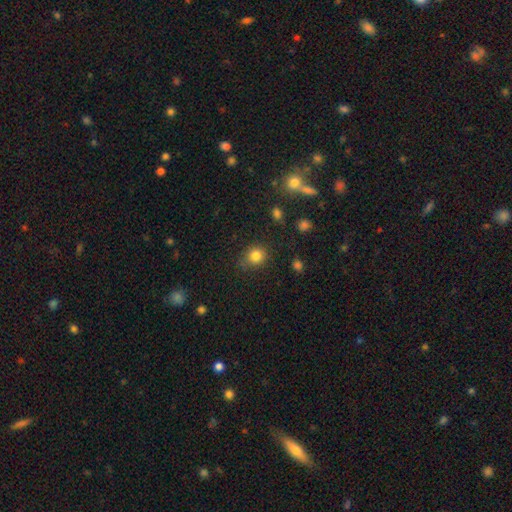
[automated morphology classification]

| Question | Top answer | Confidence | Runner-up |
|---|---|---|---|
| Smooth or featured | smooth | 82% | star or artifact (12%) |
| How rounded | round | 81% | in between (18%) |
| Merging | none | 77% | minor disturbance (16%) |